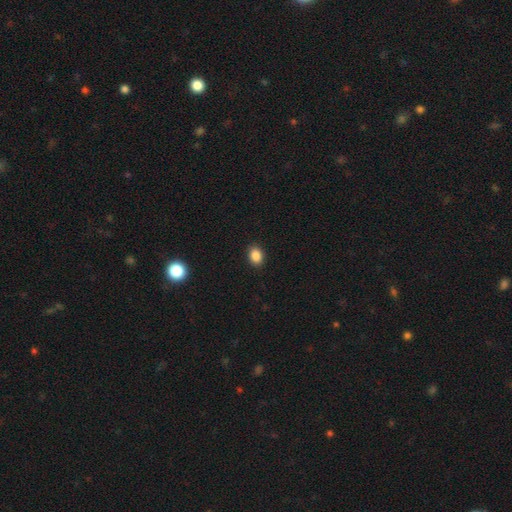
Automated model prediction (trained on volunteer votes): Smooth or featured?
  - smooth: 87% *
  - star or artifact: 10%
  - featured or disk: 3%
How rounded?
  - in between: 64% *
  - round: 35%
  - cigar-shaped: 1%
Merging?
  - none: 90% *
  - minor disturbance: 7%
  - major disturbance: 2%
  - merger: 1%